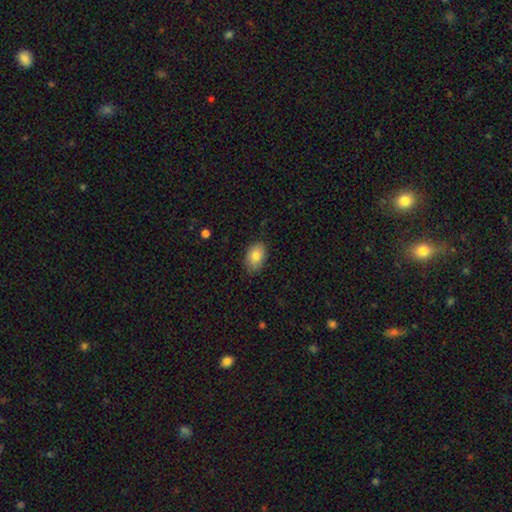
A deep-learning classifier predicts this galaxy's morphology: smooth-or-featured: smooth: 82% | featured or disk: 10% | star or artifact: 7%
  how-rounded: in between: 88% | round: 10% | cigar-shaped: 1%
  merging: none: 83% | minor disturbance: 13% | major disturbance: 2% | merger: 1%